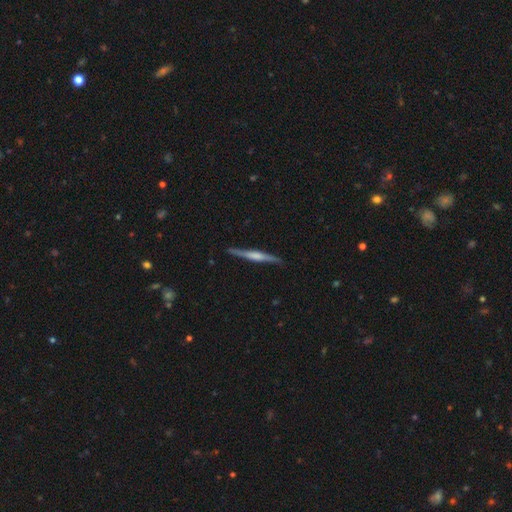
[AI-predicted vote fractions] Smooth or featured? featured or disk (68%)
Edge-on disk? yes (97%)
Edge-on bulge? rounded (50%)
Merging? none (88%)